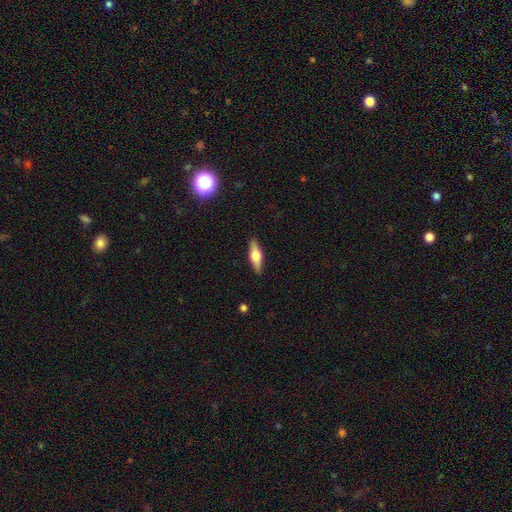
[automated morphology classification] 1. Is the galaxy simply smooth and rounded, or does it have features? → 51% featured or disk, 43% smooth, 6% star or artifact.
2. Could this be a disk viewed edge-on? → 93% yes, 7% no.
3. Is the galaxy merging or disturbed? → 89% none, 8% minor disturbance, 2% major disturbance, 1% merger.